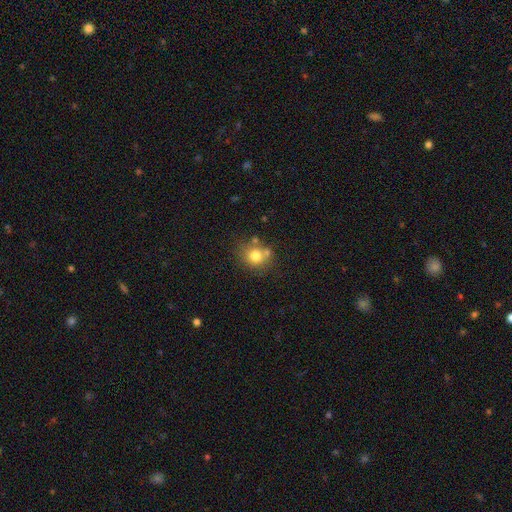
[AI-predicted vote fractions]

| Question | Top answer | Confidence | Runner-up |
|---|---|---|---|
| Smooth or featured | smooth | 76% | featured or disk (12%) |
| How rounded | round | 79% | in between (20%) |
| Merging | none | 60% | merger (20%) |